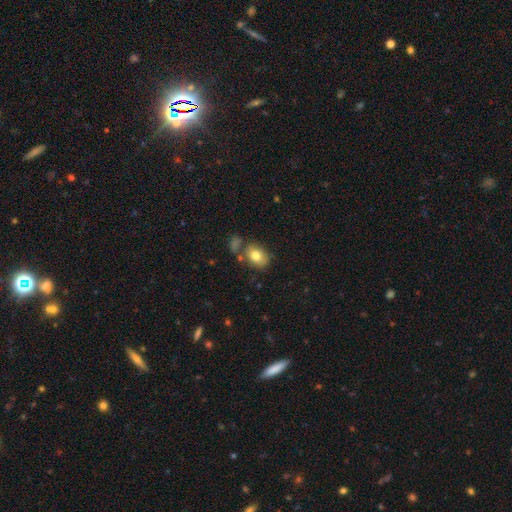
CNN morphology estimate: type=smooth (78%); roundness=in between (75%); merging=none (62%).